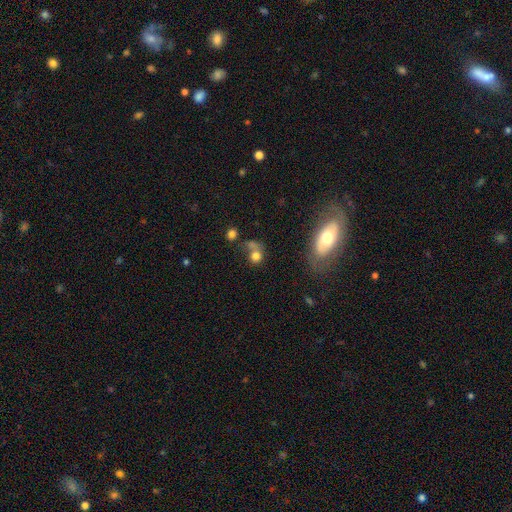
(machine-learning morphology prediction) Smooth or featured? smooth (73%)
How rounded? round (72%)
Merging? none (40%)